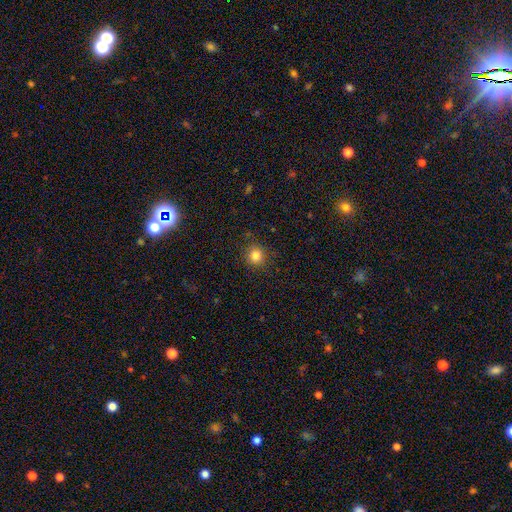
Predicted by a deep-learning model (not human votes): A smooth galaxy with no disk features (82%) that is round (91%).

Vote fractions:
- Smooth or featured? smooth: 82% / star or artifact: 12% / featured or disk: 5%
- How rounded? round: 91% / in between: 8% / cigar-shaped: 1%
- Merging? none: 88% / minor disturbance: 8% / major disturbance: 3% / merger: 1%